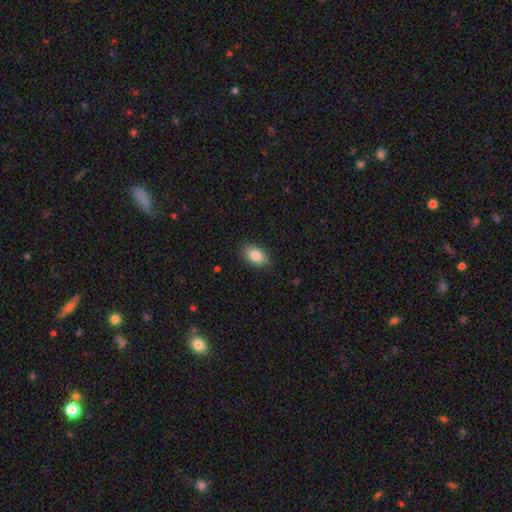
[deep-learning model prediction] Q: Smooth or featured?
A: smooth (83%); runner-up: featured or disk (10%)
Q: How rounded?
A: in between (90%); runner-up: round (8%)
Q: Merging?
A: none (87%); runner-up: minor disturbance (10%)